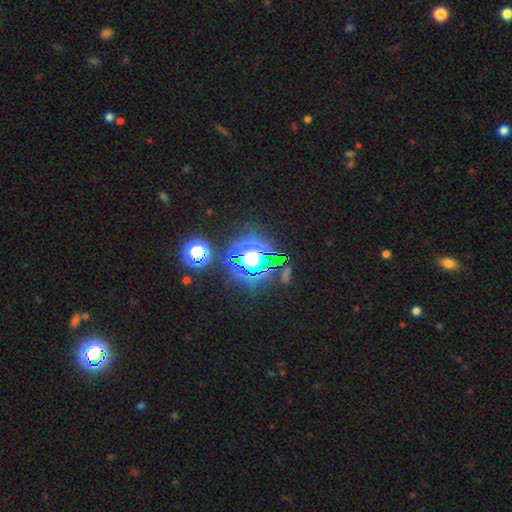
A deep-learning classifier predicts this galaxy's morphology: star or artifact 65%, smooth 23%, featured or disk 11%.